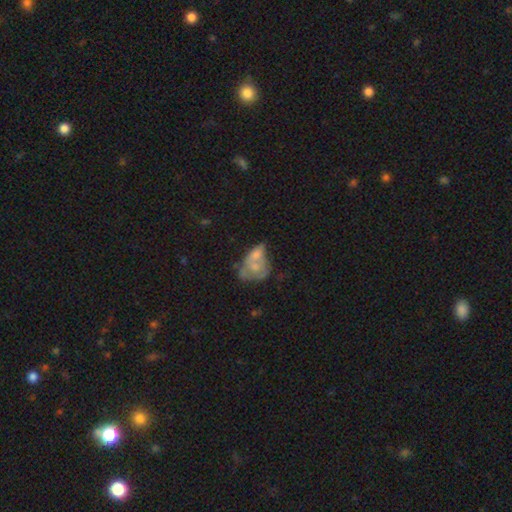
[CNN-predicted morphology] Smooth or featured: smooth — 47% (featured or disk — 41%)
Merging: merger — 50% (none — 19%)